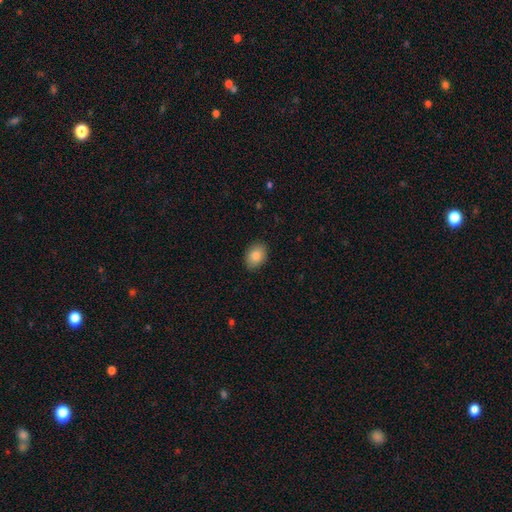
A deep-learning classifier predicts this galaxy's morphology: Q: Smooth or featured?
A: smooth (86%); runner-up: star or artifact (8%)
Q: How rounded?
A: in between (71%); runner-up: round (29%)
Q: Merging?
A: none (88%); runner-up: minor disturbance (9%)